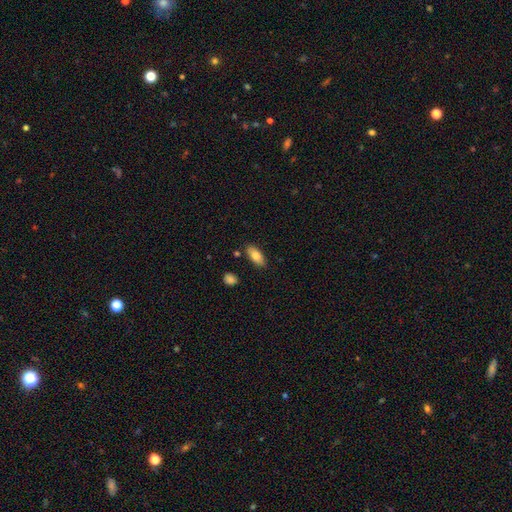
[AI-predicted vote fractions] A smooth galaxy with no disk features (82%) that is in between round and cigar-shaped (85%).

Vote fractions:
- Smooth or featured? smooth: 82% / featured or disk: 12% / star or artifact: 7%
- How rounded? in between: 85% / cigar-shaped: 12% / round: 2%
- Merging? none: 84% / minor disturbance: 11% / merger: 3% / major disturbance: 2%